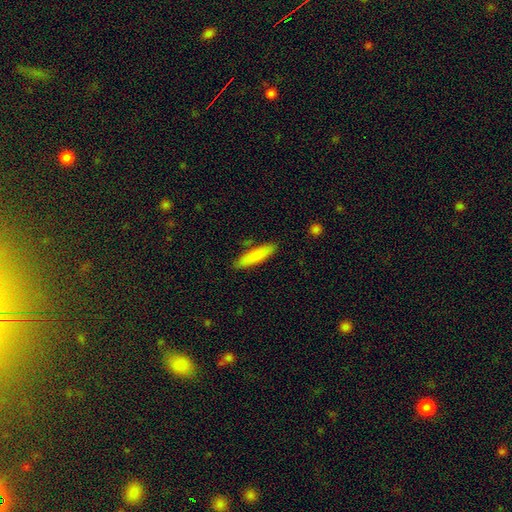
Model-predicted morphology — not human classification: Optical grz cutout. It shows a smooth galaxy with no disk features (83%) that is cigar-shaped (77%). Merging: none (86%).